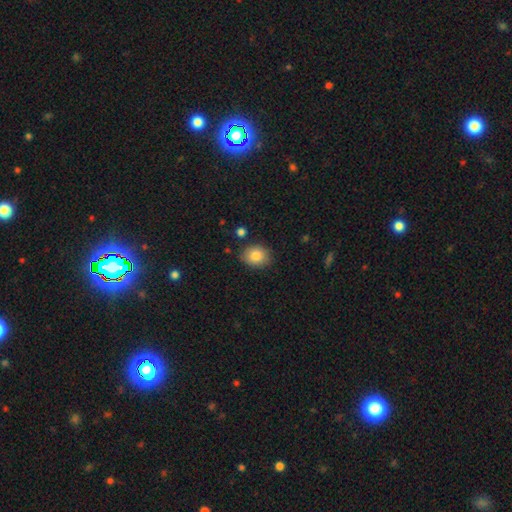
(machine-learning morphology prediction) Smooth or featured? smooth (85%)
How rounded? in between (52%)
Merging? none (82%)